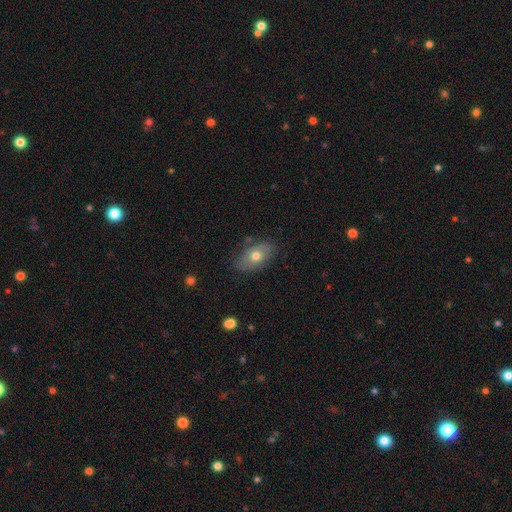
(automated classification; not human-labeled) This is likely a smooth galaxy (62%). How rounded: clearly in between (88%). Merging: likely none (75%).